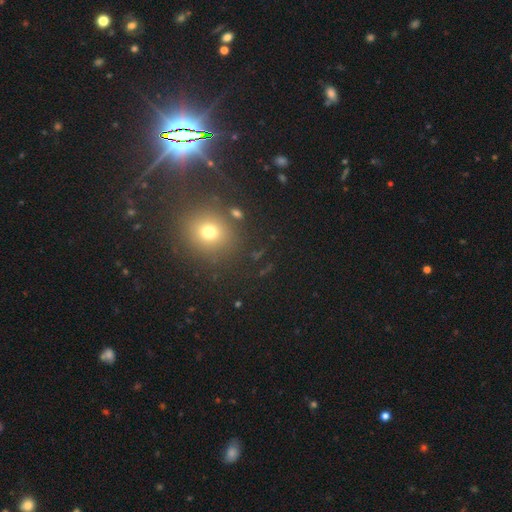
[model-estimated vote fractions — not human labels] Smooth or featured? star or artifact (51%)